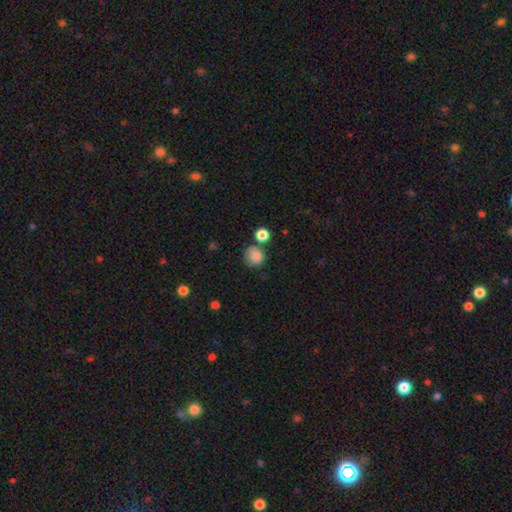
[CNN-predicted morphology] smooth 83%, star or artifact 10%, featured or disk 8%. Down the decision tree: how rounded — round (84%); merging — none (60%).